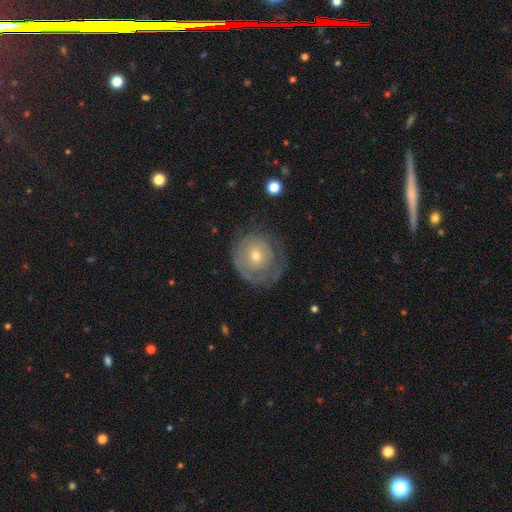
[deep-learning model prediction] This appears to be a featured or disk galaxy (57%) with no bar (83%), spiral arms (59%) and a small central bulge (59%). Merging: none (59%).